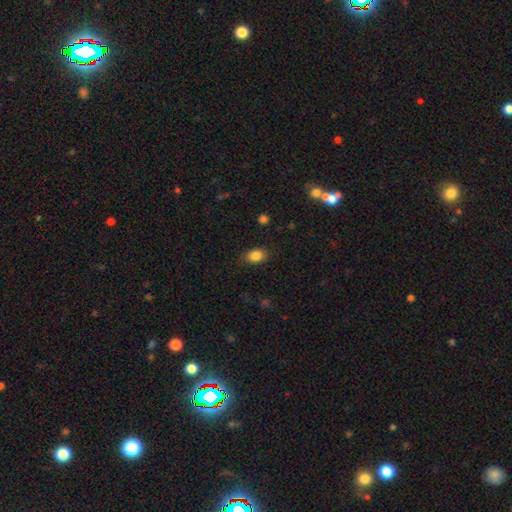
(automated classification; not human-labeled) Smooth or featured: smooth — 85% (star or artifact — 9%)
How rounded: in between — 77% (round — 21%)
Merging: none — 84% (minor disturbance — 11%)